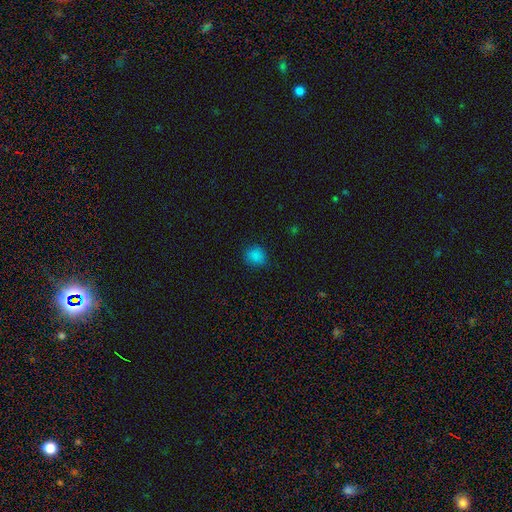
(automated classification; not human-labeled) This is clearly a smooth galaxy (83%). How rounded: likely round (78%). Merging: clearly none (84%).